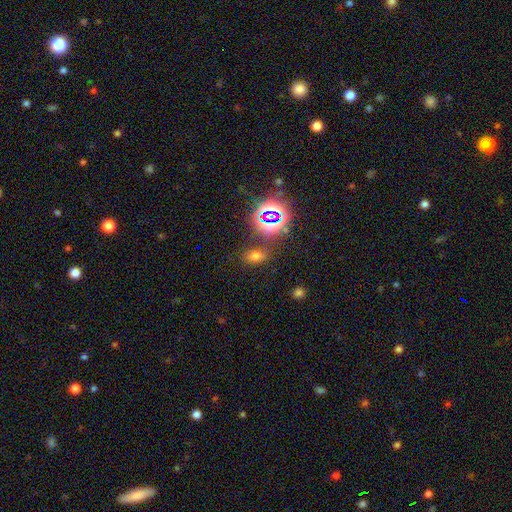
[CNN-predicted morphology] The model was most divided on "smooth or featured": smooth: 56%, star or artifact: 35%, featured or disk: 9%. More confident: how rounded — in between (78%); merging — none (76%).